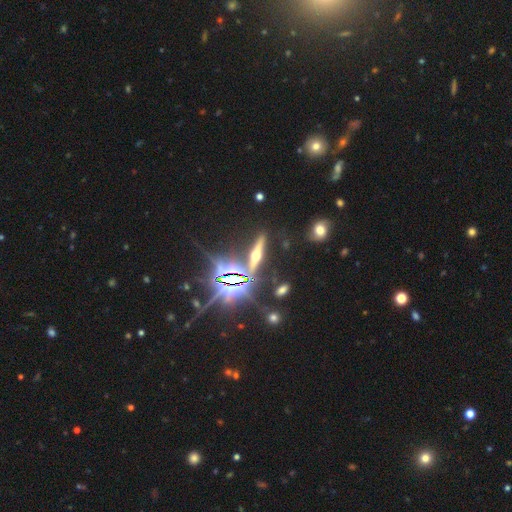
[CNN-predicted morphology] A featured or disk galaxy (48%). Merging: none (82%).